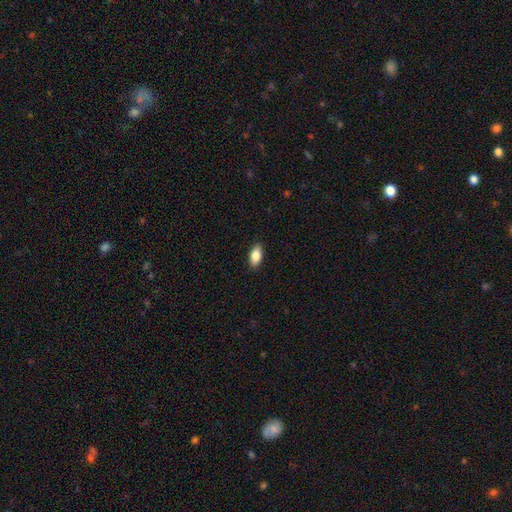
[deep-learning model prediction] This is clearly a smooth galaxy (84%). How rounded: clearly in between (90%). Merging: clearly none (89%).